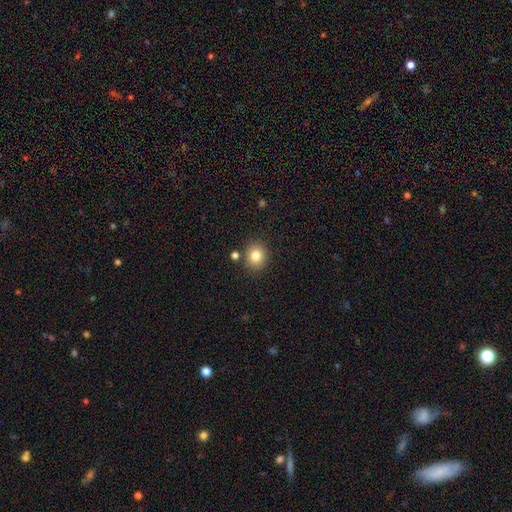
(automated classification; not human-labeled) This is clearly a smooth galaxy (81%). How rounded: likely round (71%). Merging: clearly none (84%).